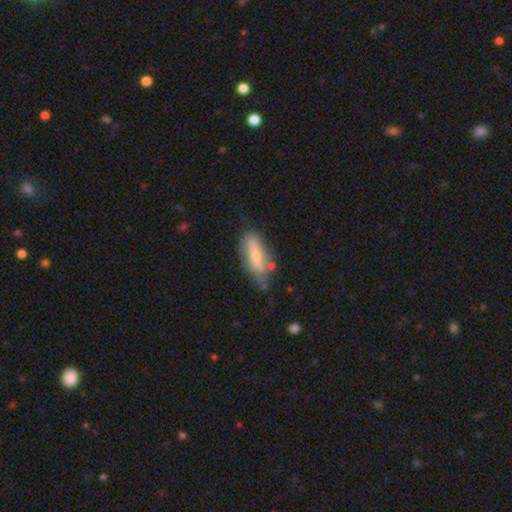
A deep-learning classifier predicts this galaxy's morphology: The model was most divided on "smooth or featured": smooth: 53%, featured or disk: 40%, star or artifact: 7%. More confident: how rounded — in between (71%); merging — none (51%).